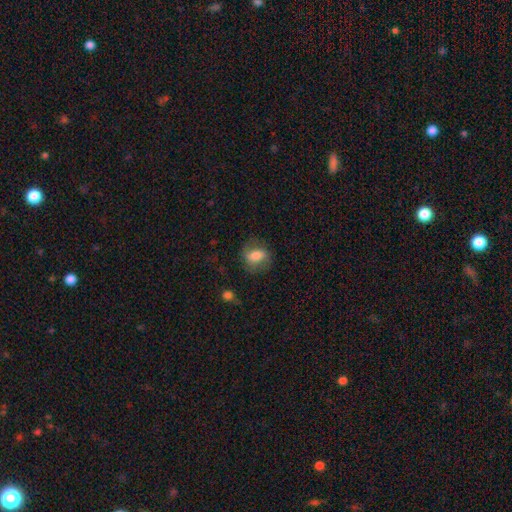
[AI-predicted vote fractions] smooth 66%, featured or disk 26%, star or artifact 8%. Down the decision tree: how rounded — in between (61%); merging — none (70%).